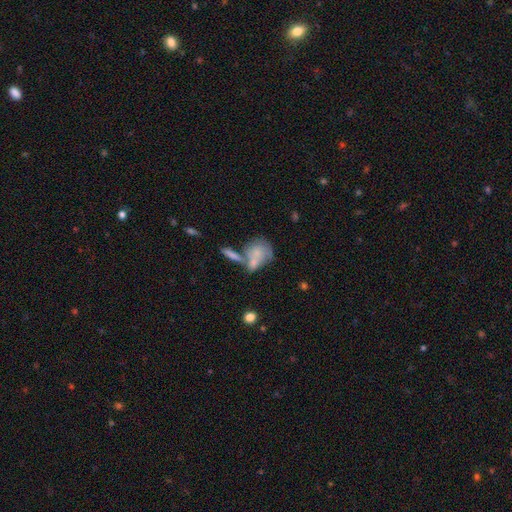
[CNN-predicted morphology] Overall: smooth (63%; featured or disk 29%). How rounded: in between (53%; round 43%). Merging: merger (47%; none 28%).